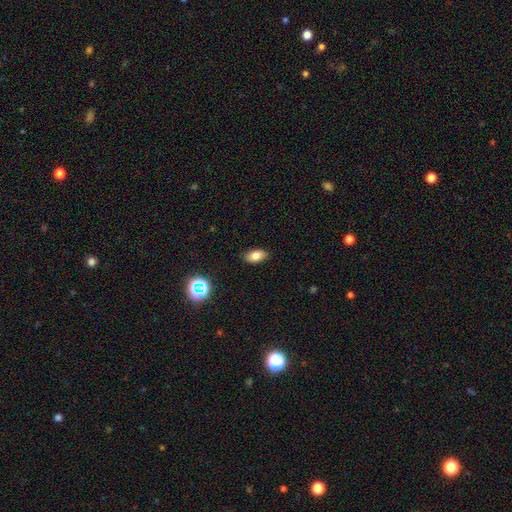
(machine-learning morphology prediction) smooth-or-featured: smooth: 81% | star or artifact: 10% | featured or disk: 8%
  how-rounded: in between: 90% | round: 6% | cigar-shaped: 4%
  merging: none: 87% | minor disturbance: 10% | major disturbance: 2% | merger: 1%